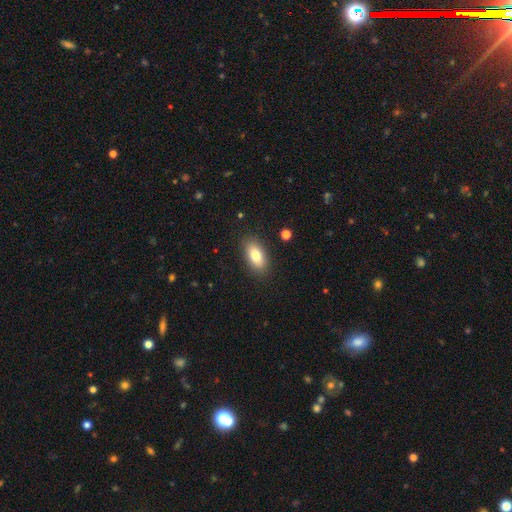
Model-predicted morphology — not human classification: Smooth or featured: smooth — 80% (featured or disk — 12%)
How rounded: in between — 89% (cigar-shaped — 7%)
Merging: none — 87% (minor disturbance — 9%)